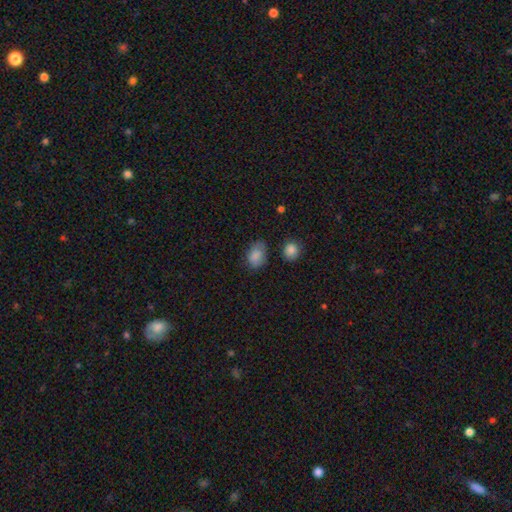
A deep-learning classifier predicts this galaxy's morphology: Smooth or featured? Predicted: smooth (p=0.85). How rounded? Predicted: in between (p=0.79). Merging? Predicted: none (p=0.63).